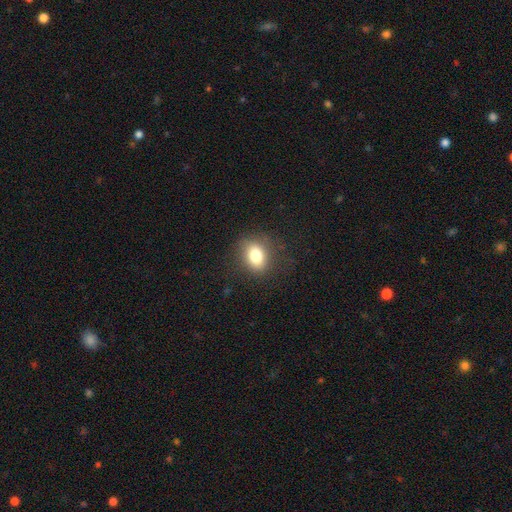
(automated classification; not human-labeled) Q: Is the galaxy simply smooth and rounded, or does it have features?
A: smooth — 80%.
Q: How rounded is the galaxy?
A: in between — 66%.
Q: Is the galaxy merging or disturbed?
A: none — 81%.